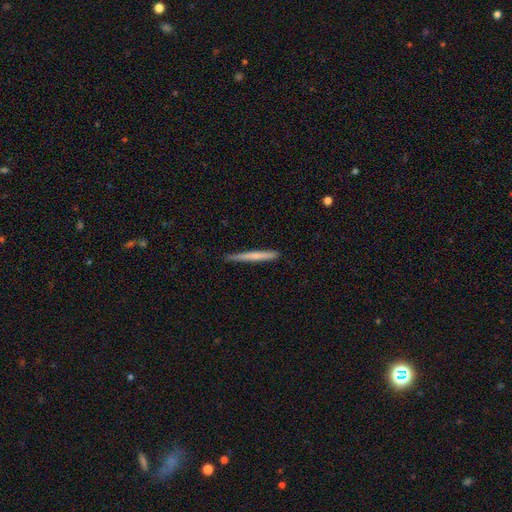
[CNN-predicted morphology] The model was most divided on "smooth or featured": smooth: 64%, featured or disk: 30%, star or artifact: 6%. More confident: how rounded — cigar-shaped (97%); merging — none (84%).